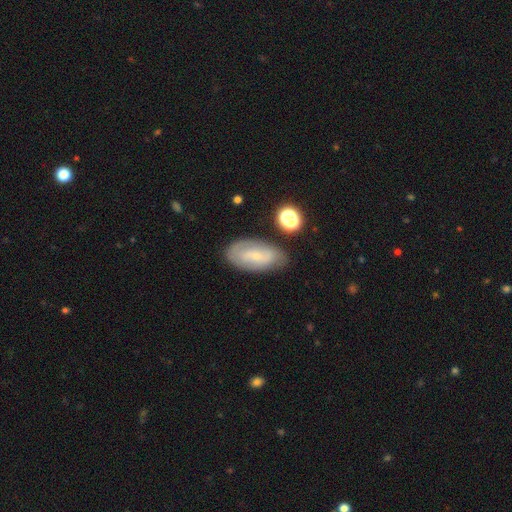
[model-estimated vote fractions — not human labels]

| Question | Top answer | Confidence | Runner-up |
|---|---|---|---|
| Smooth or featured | featured or disk | 52% | smooth (40%) |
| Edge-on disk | no | 90% | yes (10%) |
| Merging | none | 73% | minor disturbance (19%) |